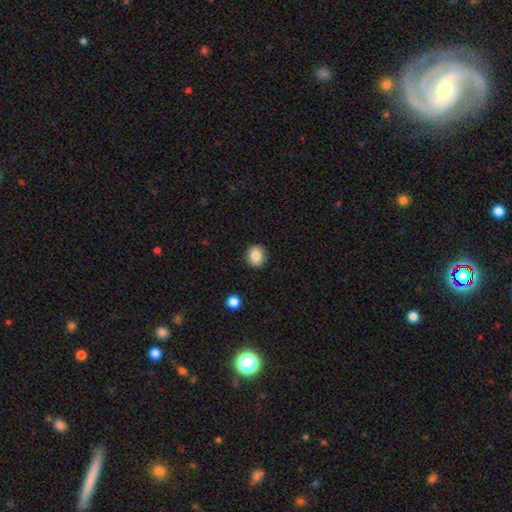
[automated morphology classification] A smooth galaxy with no disk features (85%) that is round (75%). Merging: none (90%).